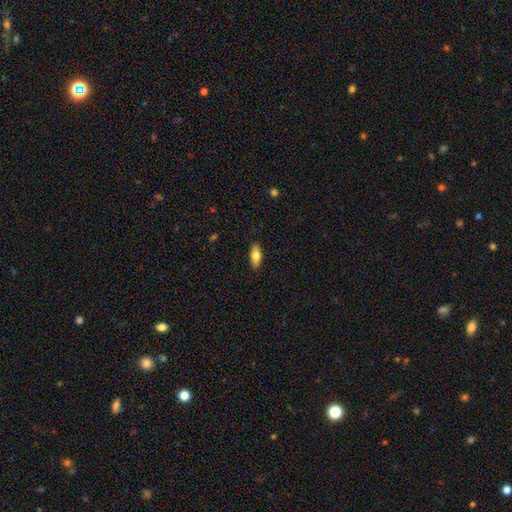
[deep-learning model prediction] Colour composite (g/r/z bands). It shows a smooth galaxy with no disk features (77%) that is in between round and cigar-shaped (79%). Merging: none (88%).